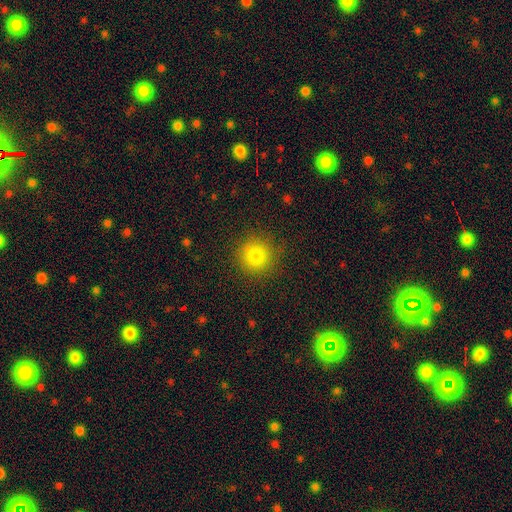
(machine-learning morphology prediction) smooth-or-featured: smooth: 81% | star or artifact: 13% | featured or disk: 7%
  how-rounded: round: 94% | in between: 5% | cigar-shaped: 1%
  merging: none: 88% | minor disturbance: 8% | major disturbance: 3% | merger: 1%